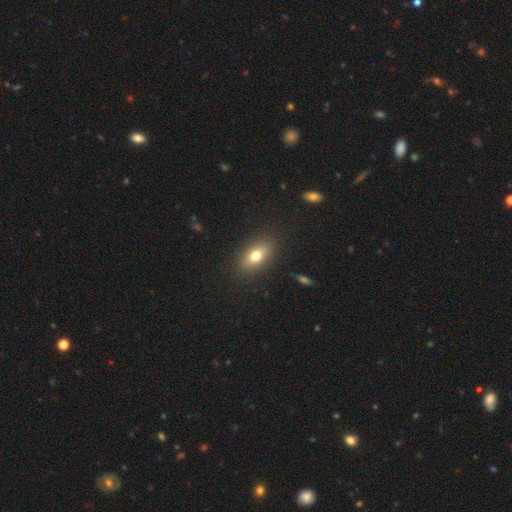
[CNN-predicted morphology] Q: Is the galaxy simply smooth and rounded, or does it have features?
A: smooth — 74%.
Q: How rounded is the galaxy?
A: in between — 83%.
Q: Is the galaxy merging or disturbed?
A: none — 86%.